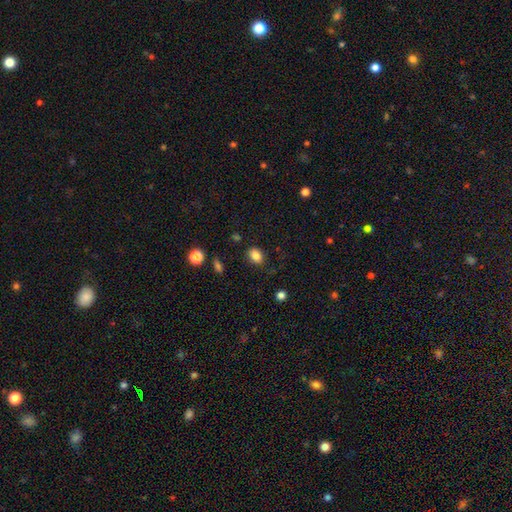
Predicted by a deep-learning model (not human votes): Smooth or featured: smooth — 84% (star or artifact — 10%)
How rounded: in between — 69% (round — 30%)
Merging: none — 82% (minor disturbance — 13%)